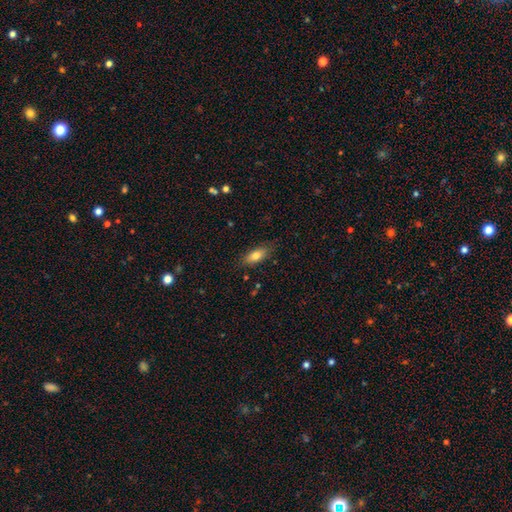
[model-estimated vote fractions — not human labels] Smooth or featured?
  - smooth: 77% *
  - featured or disk: 15%
  - star or artifact: 7%
How rounded?
  - in between: 77% *
  - cigar-shaped: 20%
  - round: 3%
Merging?
  - none: 80% *
  - minor disturbance: 15%
  - major disturbance: 3%
  - merger: 1%